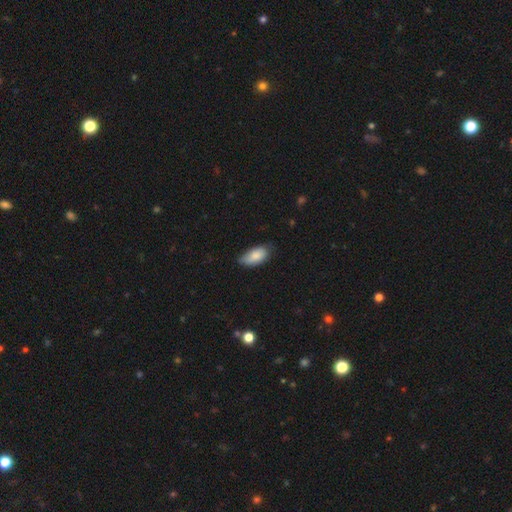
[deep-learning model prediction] A smooth galaxy with no disk features (84%) that is in between round and cigar-shaped (92%).

Vote fractions:
- Smooth or featured? smooth: 84% / featured or disk: 9% / star or artifact: 6%
- How rounded? in between: 92% / cigar-shaped: 6% / round: 3%
- Merging? none: 61% / minor disturbance: 33% / major disturbance: 5% / merger: 2%